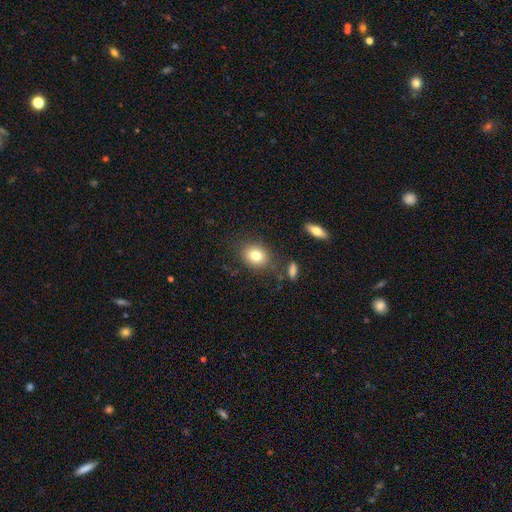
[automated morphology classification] Smooth or featured? smooth (81%)
How rounded? in between (50%)
Merging? none (79%)